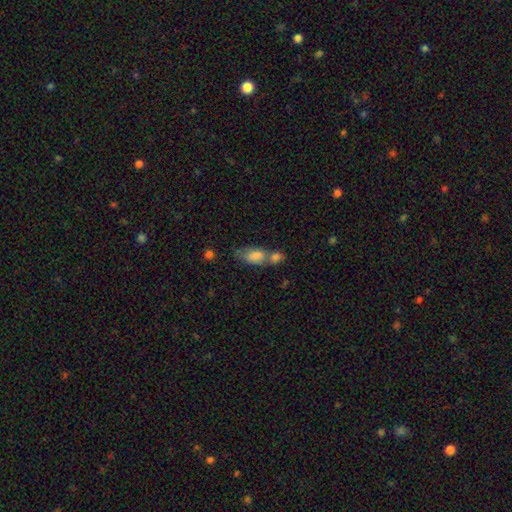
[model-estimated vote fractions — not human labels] smooth 76%, featured or disk 15%, star or artifact 8%. Down the decision tree: how rounded — in between (85%); merging — merger (55%).